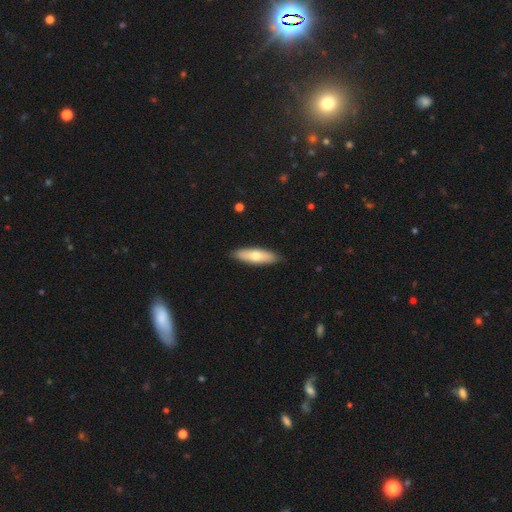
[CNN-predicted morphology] Smooth or featured? Predicted: smooth (p=0.65). How rounded? Predicted: cigar-shaped (p=0.56). Merging? Predicted: none (p=0.89).